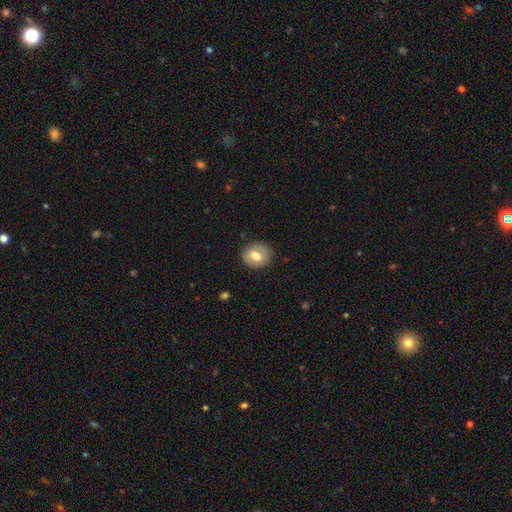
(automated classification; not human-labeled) Overall: smooth (66%; featured or disk 27%). How rounded: round (70%). Merging: none (85%).